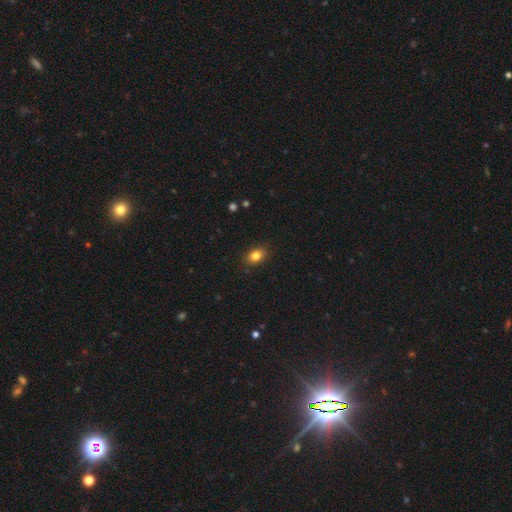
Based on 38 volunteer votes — This appears to be a smooth galaxy with no disk features (95%) that is in between round and cigar-shaped (83%). Merging: none (95%).